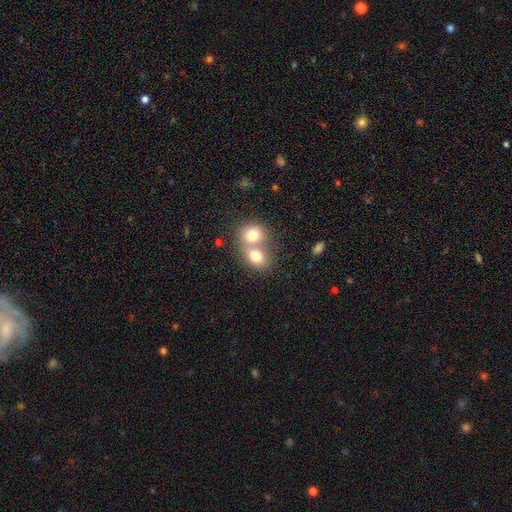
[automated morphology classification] type=smooth (76%); roundness=round (53%); merging=merger (65%).